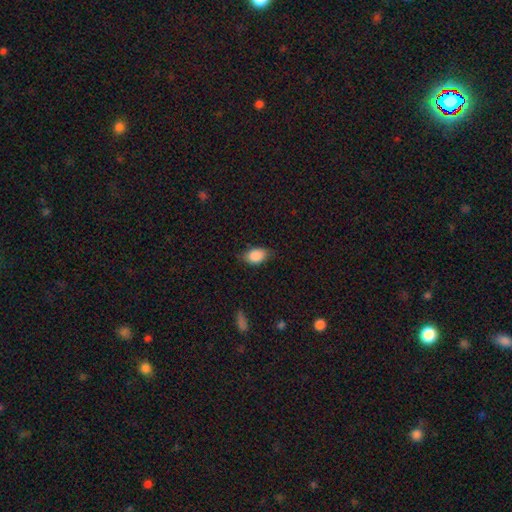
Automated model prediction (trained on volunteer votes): Overall: smooth (86%). How rounded: in between (82%). Merging: none (71%).